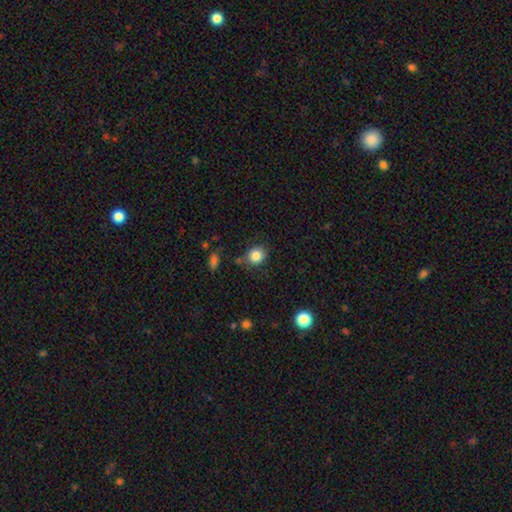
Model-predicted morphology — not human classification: A smooth galaxy with no disk features (85%) that is round (74%).

Vote fractions:
- Smooth or featured? smooth: 85% / star or artifact: 10% / featured or disk: 5%
- How rounded? round: 74% / in between: 25% / cigar-shaped: 1%
- Merging? none: 79% / minor disturbance: 13% / merger: 5% / major disturbance: 4%